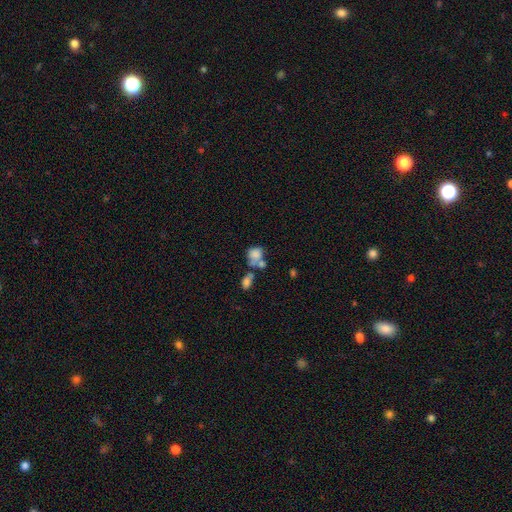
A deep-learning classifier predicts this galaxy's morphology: Smooth or featured?
  - smooth: 73% *
  - featured or disk: 17%
  - star or artifact: 11%
How rounded?
  - in between: 51% *
  - round: 47%
  - cigar-shaped: 2%
Merging?
  - merger: 50% *
  - none: 24%
  - minor disturbance: 13%
  - major disturbance: 13%